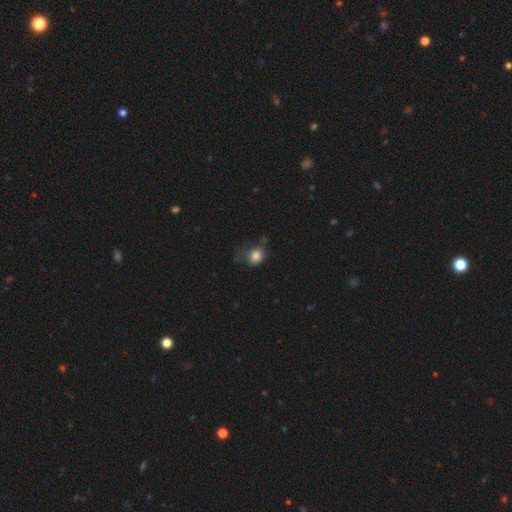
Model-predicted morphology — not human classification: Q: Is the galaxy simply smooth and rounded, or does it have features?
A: smooth — 83%.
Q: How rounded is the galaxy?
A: round — 64%.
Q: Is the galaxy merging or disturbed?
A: none — 48%.